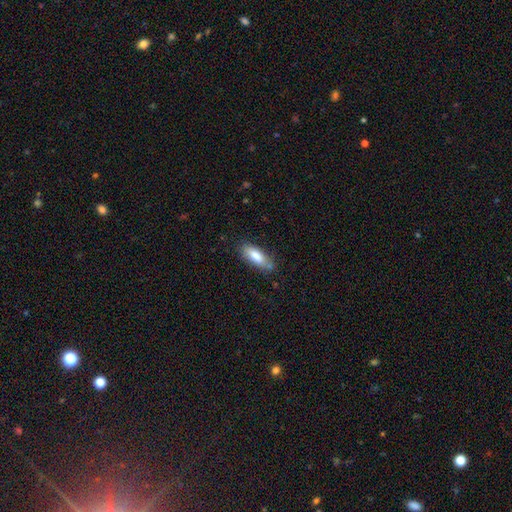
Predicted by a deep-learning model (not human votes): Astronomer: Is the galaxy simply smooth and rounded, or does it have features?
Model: smooth — 81%.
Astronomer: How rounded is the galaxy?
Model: in between — 67%.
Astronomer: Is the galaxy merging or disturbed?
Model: none — 75%.